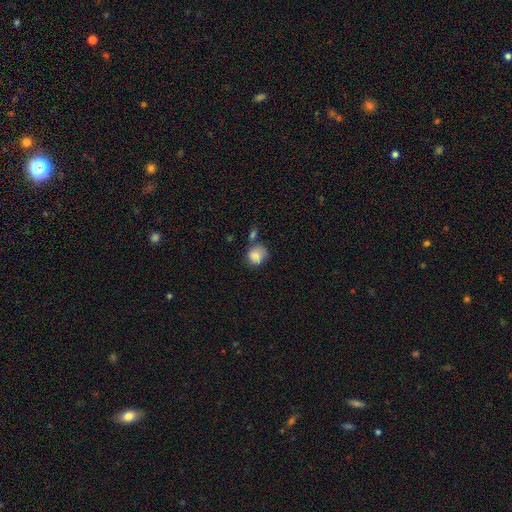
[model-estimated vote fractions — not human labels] A smooth galaxy with no disk features (81%) that is round (80%).

Vote fractions:
- Smooth or featured? smooth: 81% / featured or disk: 11% / star or artifact: 8%
- How rounded? round: 80% / in between: 19% / cigar-shaped: 1%
- Merging? none: 56% / minor disturbance: 23% / merger: 13% / major disturbance: 7%